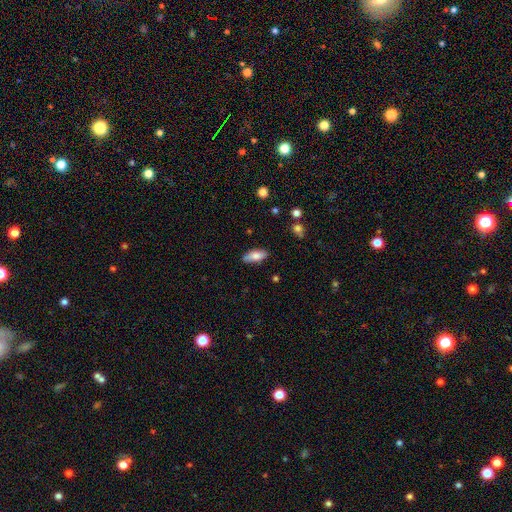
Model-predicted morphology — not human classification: Smooth or featured? smooth (78%)
How rounded? in between (80%)
Merging? none (83%)